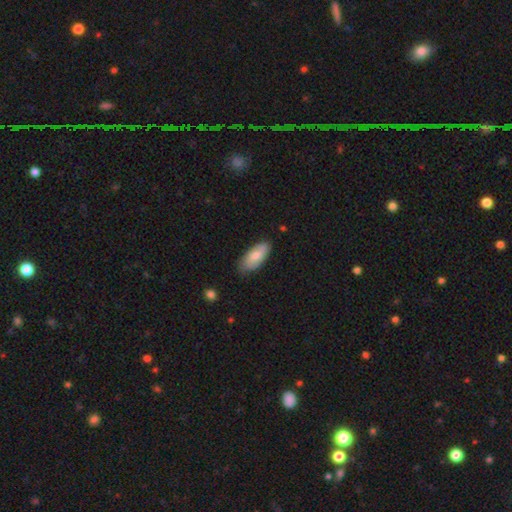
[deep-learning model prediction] Q: Smooth or featured?
A: smooth (75%); runner-up: featured or disk (19%)
Q: How rounded?
A: in between (88%); runner-up: cigar-shaped (11%)
Q: Merging?
A: none (77%); runner-up: minor disturbance (19%)